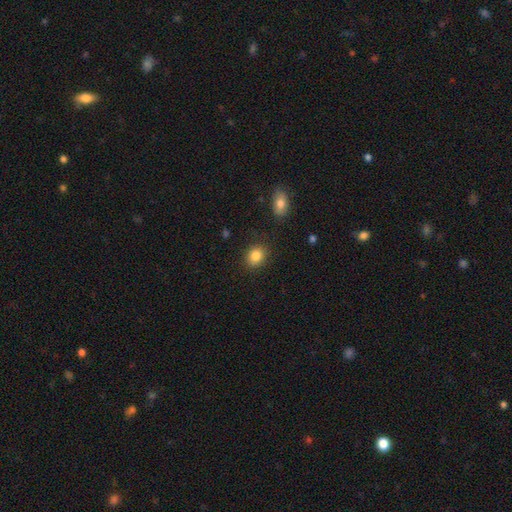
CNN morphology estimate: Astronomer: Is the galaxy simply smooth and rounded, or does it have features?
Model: smooth — 85%.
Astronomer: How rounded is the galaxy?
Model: round — 54% (runner-up: in between, 45%).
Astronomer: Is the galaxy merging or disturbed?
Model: none — 85%.